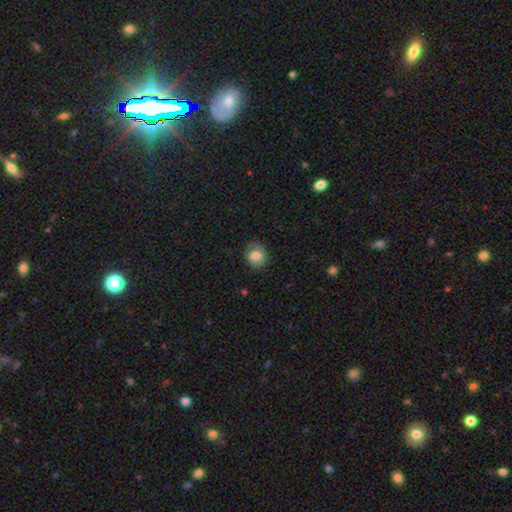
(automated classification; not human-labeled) smooth_or_featured: smooth (p=0.76) [alt: featured or disk p=0.16]
how_rounded: round (p=0.67) [alt: in between p=0.32]
merging: none (p=0.72) [alt: minor disturbance p=0.21]